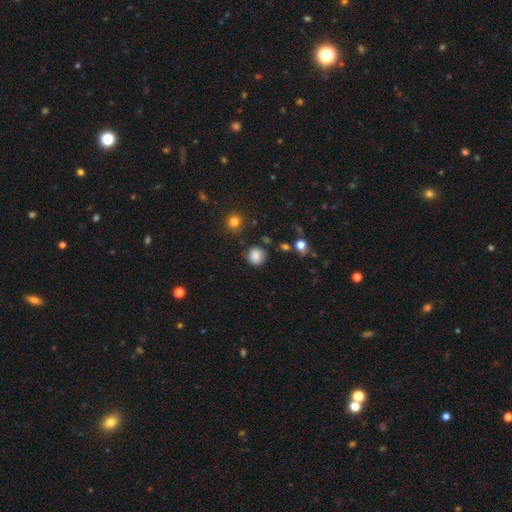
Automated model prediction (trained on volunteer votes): Smooth or featured? Predicted: smooth (p=0.84). How rounded? Predicted: round (p=0.85). Merging? Predicted: none (p=0.80).